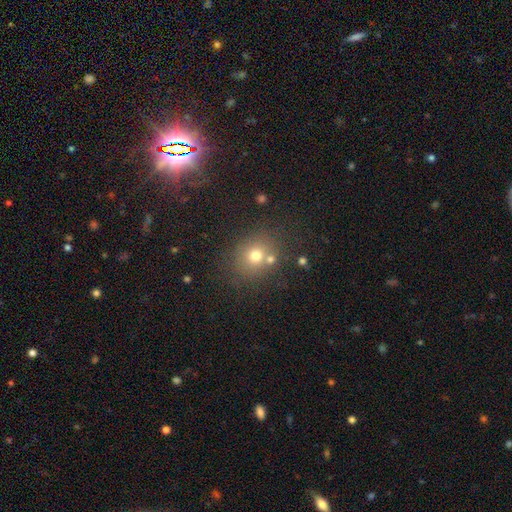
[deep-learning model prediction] This appears to be a smooth galaxy with no disk features (70%) that is round (76%). Merging: none (67%).